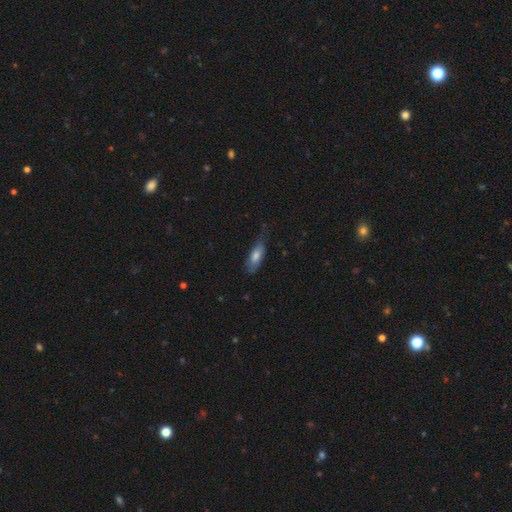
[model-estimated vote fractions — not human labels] smooth 71%, featured or disk 23%, star or artifact 7%. Down the decision tree: how rounded — in between (64%); merging — none (57%).